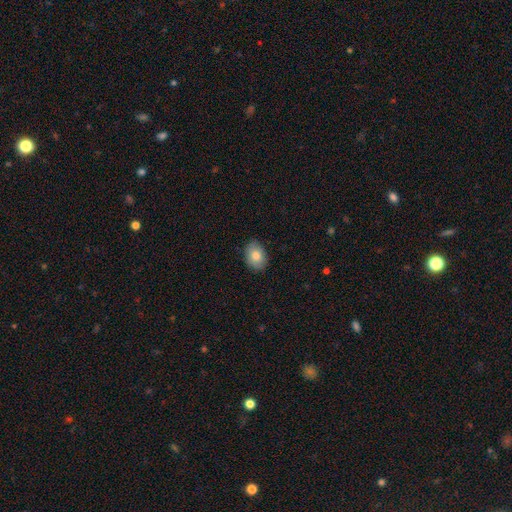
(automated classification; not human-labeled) This appears to be a smooth galaxy with no disk features (82%) that is in between round and cigar-shaped (79%). Merging: none (85%).